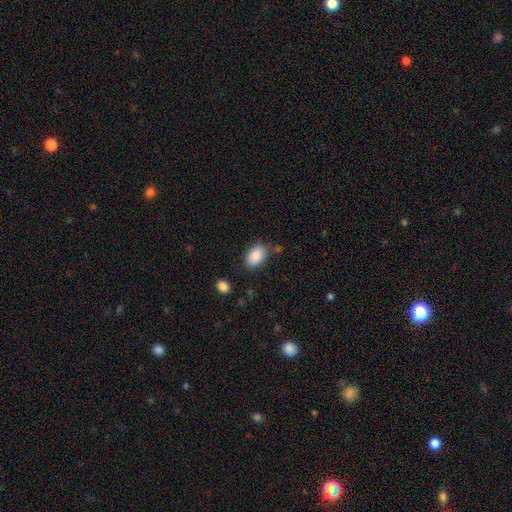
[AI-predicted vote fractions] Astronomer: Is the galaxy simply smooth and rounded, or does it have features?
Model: smooth — 88%.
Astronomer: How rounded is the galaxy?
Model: in between — 88%.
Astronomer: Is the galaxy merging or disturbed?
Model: none — 73%.